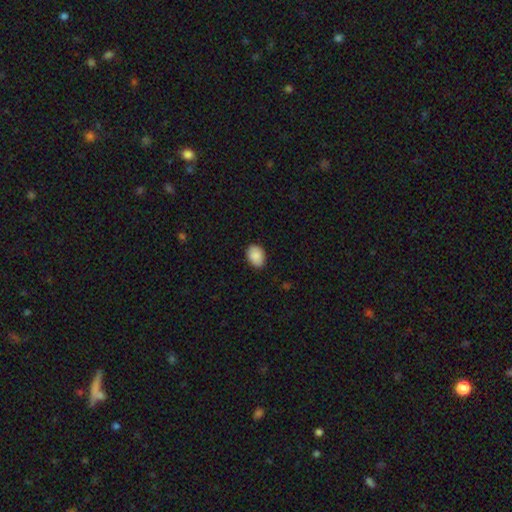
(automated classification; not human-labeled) smooth-or-featured: smooth: 90% | star or artifact: 7% | featured or disk: 3%
  how-rounded: in between: 77% | round: 22% | cigar-shaped: 1%
  merging: none: 87% | minor disturbance: 10% | major disturbance: 2% | merger: 1%